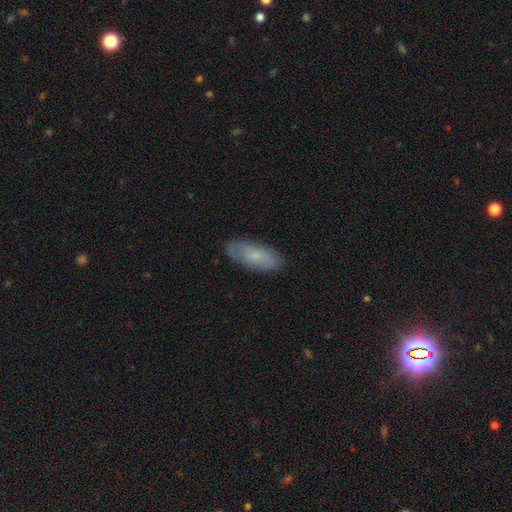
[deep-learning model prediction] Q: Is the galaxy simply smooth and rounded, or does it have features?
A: smooth — 72%.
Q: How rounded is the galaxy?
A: in between — 77%.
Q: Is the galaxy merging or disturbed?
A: none — 82%.